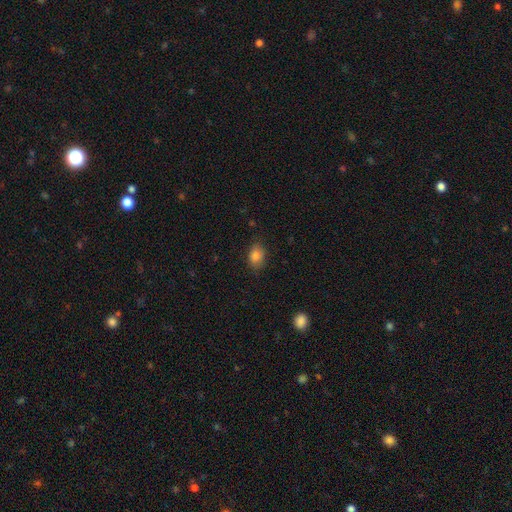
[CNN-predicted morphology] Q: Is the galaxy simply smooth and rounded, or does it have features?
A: smooth — 84%.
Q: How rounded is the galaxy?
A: in between — 75%.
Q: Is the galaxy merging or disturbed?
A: none — 83%.